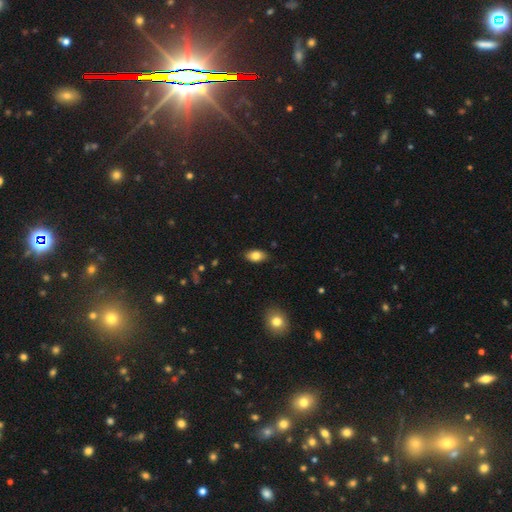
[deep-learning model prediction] smooth_or_featured: smooth (p=0.82) [alt: featured or disk p=0.10]
how_rounded: in between (p=0.92) [alt: round p=0.06]
merging: none (p=0.87) [alt: minor disturbance p=0.10]